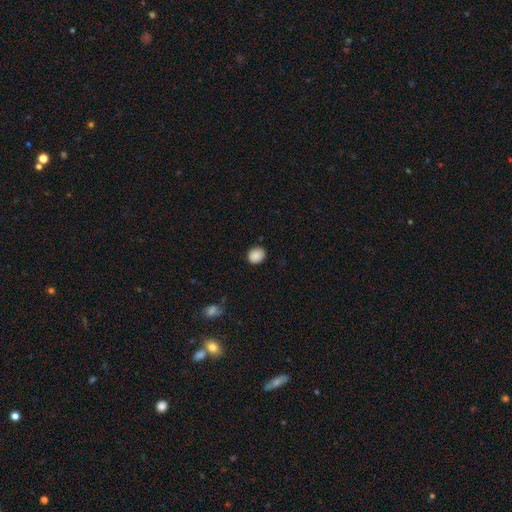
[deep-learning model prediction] Smooth or featured? Predicted: smooth (p=0.89). How rounded? Predicted: round (p=0.67). Merging? Predicted: none (p=0.87).